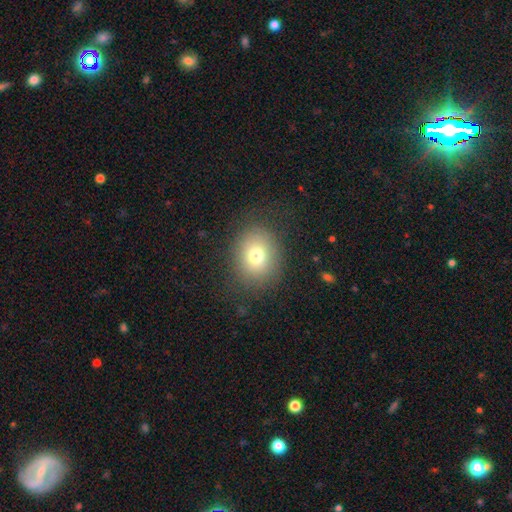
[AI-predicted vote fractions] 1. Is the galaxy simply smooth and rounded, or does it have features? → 74% smooth, 13% star or artifact, 12% featured or disk.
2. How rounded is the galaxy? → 65% round, 35% in between, 1% cigar-shaped.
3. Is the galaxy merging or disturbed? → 82% none, 11% minor disturbance, 6% major disturbance, 1% merger.